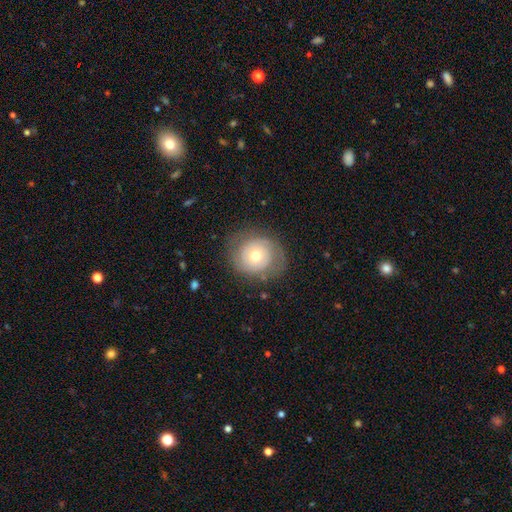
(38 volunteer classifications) This is clearly a featured or disk galaxy (82%). It is clearly not viewed edge-on (100%). Bar: likely no (71%). Spiral arm pattern: clearly yes (97%). Spiral arm count: likely 2 (77%). Spiral winding: possibly tight (57%). Central bulge: clearly moderate (81%). Merging: clearly none (81%).